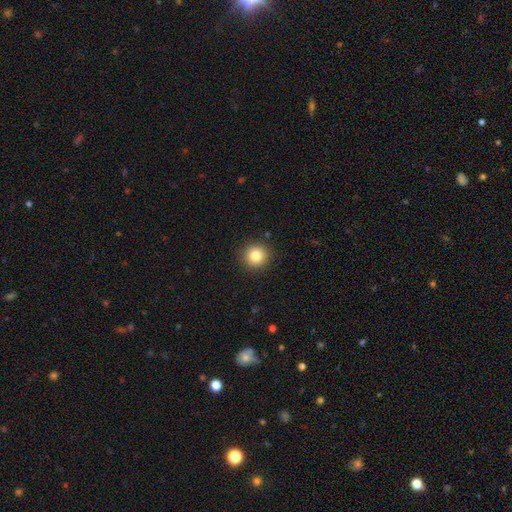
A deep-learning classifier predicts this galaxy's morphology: smooth 82%, star or artifact 11%, featured or disk 7%. Down the decision tree: how rounded — round (94%); merging — none (92%).